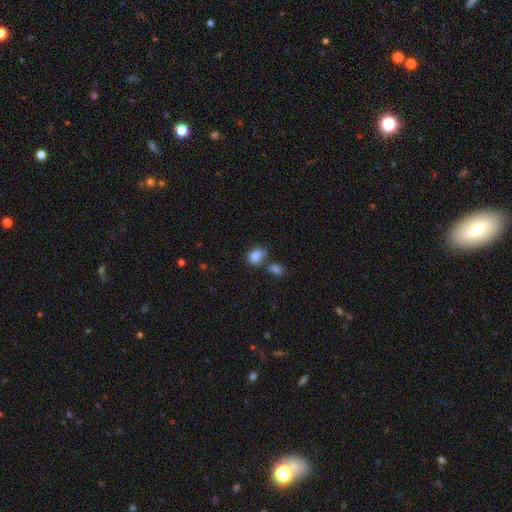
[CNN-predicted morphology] The model was most divided on "merging": none: 48%, merger: 24%, minor disturbance: 21%, major disturbance: 7%. More confident: smooth or featured — smooth (83%); how rounded — in between (69%).